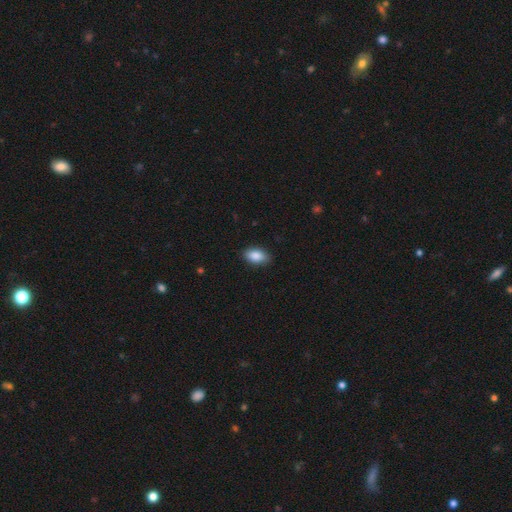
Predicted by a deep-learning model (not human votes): smooth-or-featured: smooth: 88% | star or artifact: 7% | featured or disk: 5%
  how-rounded: in between: 91% | round: 6% | cigar-shaped: 3%
  merging: none: 86% | minor disturbance: 11% | major disturbance: 2% | merger: 1%